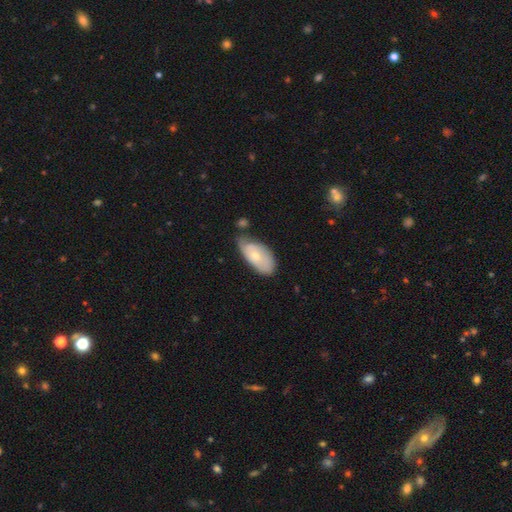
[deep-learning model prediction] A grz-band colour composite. It shows a smooth galaxy with no disk features (58%) that is in between round and cigar-shaped (93%). Merging: none (46%).